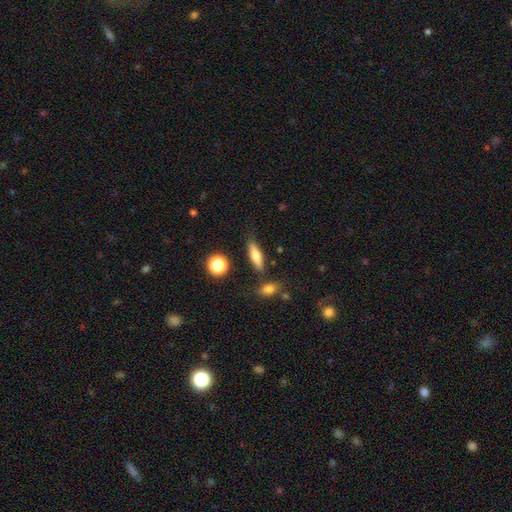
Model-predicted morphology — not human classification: Q: Smooth or featured?
A: smooth (63%); runner-up: featured or disk (28%)
Q: How rounded?
A: cigar-shaped (55%); runner-up: in between (40%)
Q: Merging?
A: none (82%); runner-up: minor disturbance (10%)